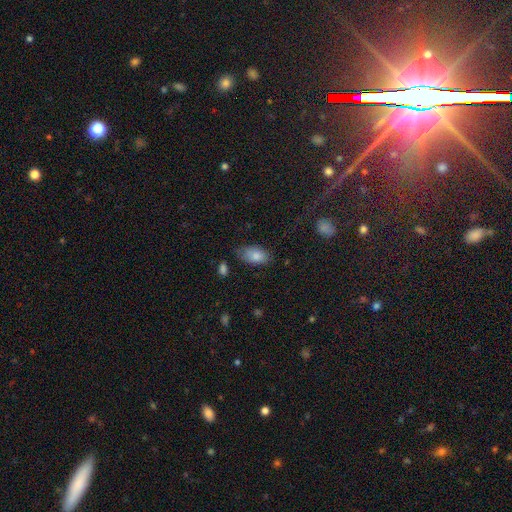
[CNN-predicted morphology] smooth 83%, featured or disk 9%, star or artifact 8%. Down the decision tree: how rounded — in between (93%); merging — none (68%).